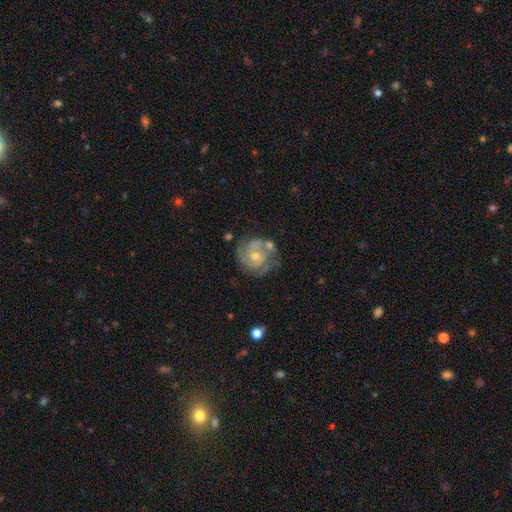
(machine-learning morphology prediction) Overall: featured or disk (77%). Edge-on disk: no (98%). Bar: no (72%). Spiral arms: yes (86%). Spiral arm count: 2 (39%; can't tell 30%). Spiral winding: tight (58%; medium 33%). Bulge size: moderate (50%; small 44%). Merging: none (52%; minor disturbance 23%).